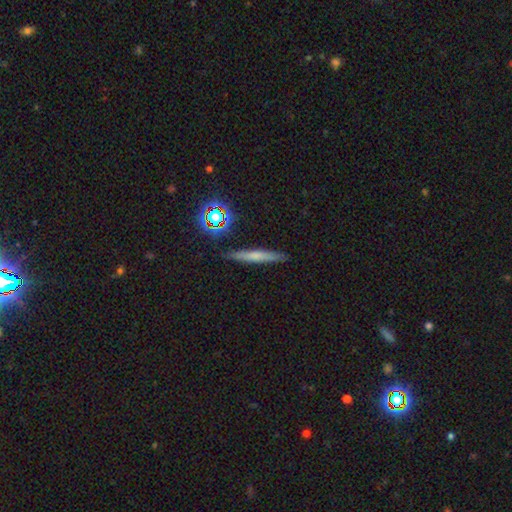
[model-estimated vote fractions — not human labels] Smooth or featured? Predicted: smooth (p=0.54). How rounded? Predicted: cigar-shaped (p=0.91). Merging? Predicted: none (p=0.88).